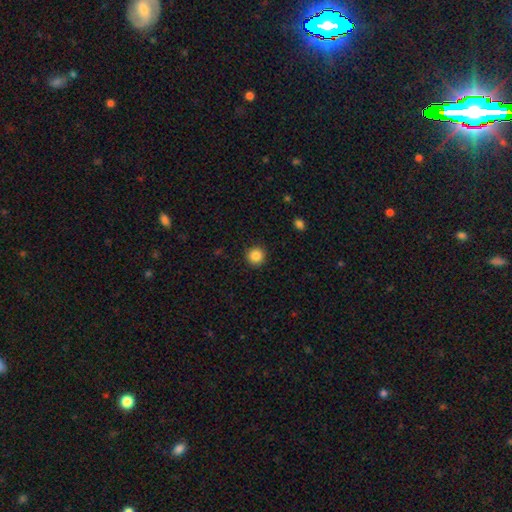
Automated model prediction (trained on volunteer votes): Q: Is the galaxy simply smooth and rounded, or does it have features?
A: smooth — 86%.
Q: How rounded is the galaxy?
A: round — 95%.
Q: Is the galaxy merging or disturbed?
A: none — 92%.